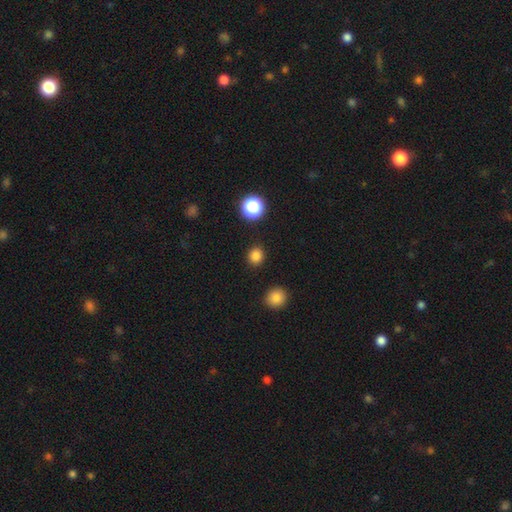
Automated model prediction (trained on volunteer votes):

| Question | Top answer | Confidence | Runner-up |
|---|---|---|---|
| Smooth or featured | smooth | 82% | star or artifact (15%) |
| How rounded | round | 83% | in between (16%) |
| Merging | none | 90% | minor disturbance (6%) |